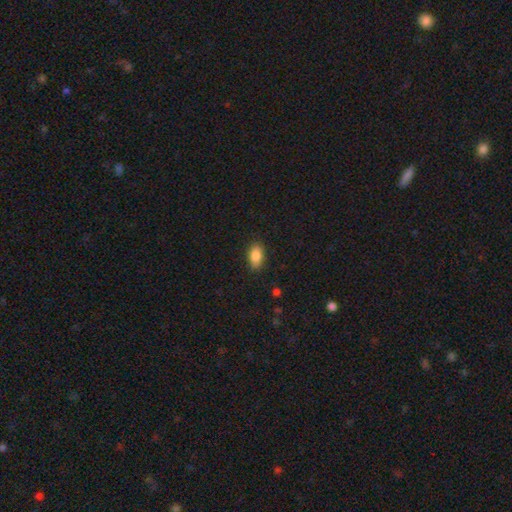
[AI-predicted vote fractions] This appears to be a smooth galaxy with no disk features (85%) that is in between round and cigar-shaped (90%). Merging: none (86%).